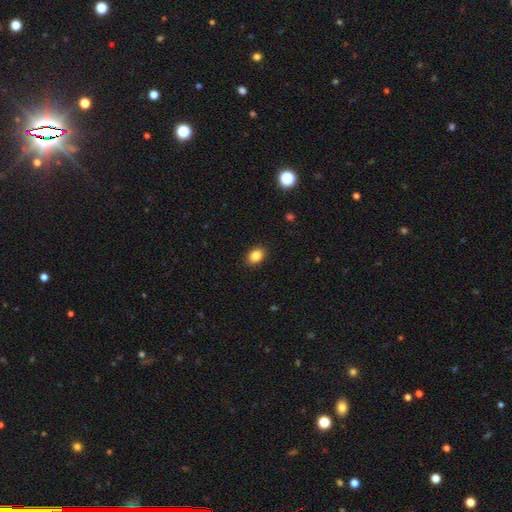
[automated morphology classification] smooth_or_featured: smooth (p=0.85) [alt: star or artifact p=0.10]
how_rounded: in between (p=0.70) [alt: round p=0.29]
merging: none (p=0.90) [alt: minor disturbance p=0.07]